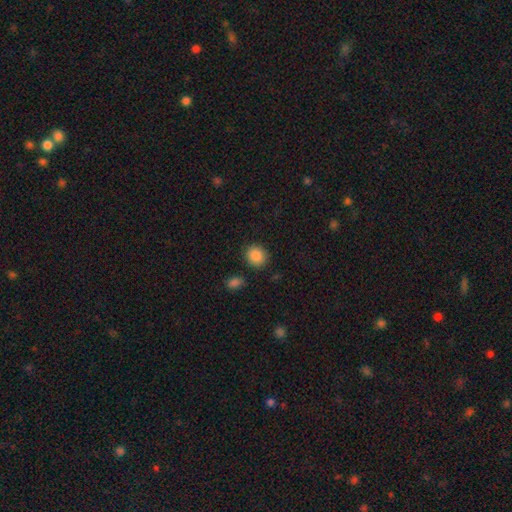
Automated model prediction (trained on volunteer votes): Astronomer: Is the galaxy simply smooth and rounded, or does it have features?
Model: smooth — 88%.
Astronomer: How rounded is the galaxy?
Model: round — 76%.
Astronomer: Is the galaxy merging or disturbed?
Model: none — 87%.